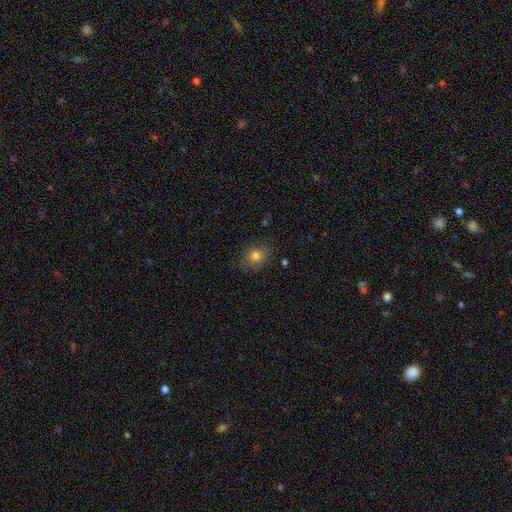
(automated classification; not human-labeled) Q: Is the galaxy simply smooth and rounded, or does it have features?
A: smooth — 77%.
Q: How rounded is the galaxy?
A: round — 56%.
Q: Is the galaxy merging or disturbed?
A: none — 78%.